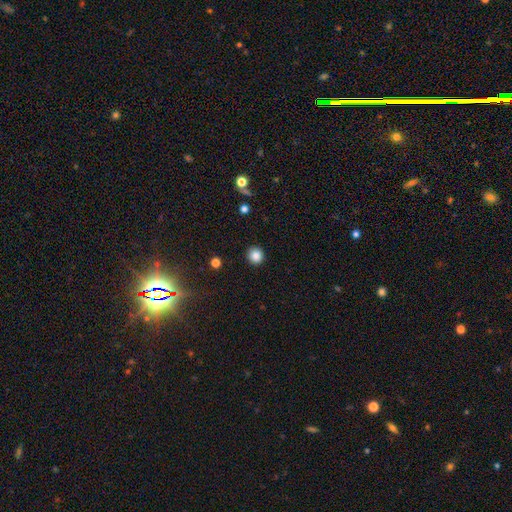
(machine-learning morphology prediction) This is clearly a smooth galaxy (85%). How rounded: clearly round (92%). Merging: clearly none (92%).